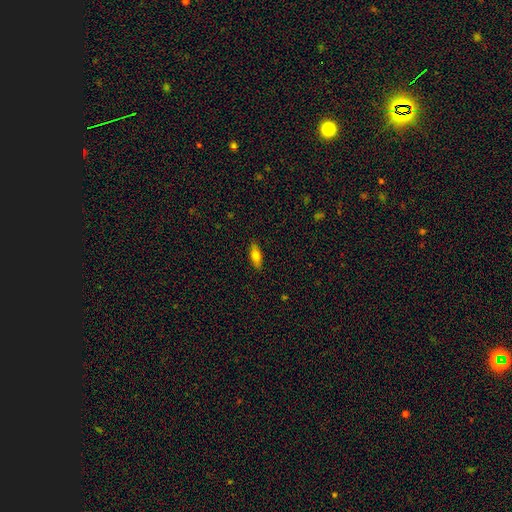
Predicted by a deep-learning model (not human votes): Morphology: type=smooth (72%); roundness=in between (70%); merging=none (88%).